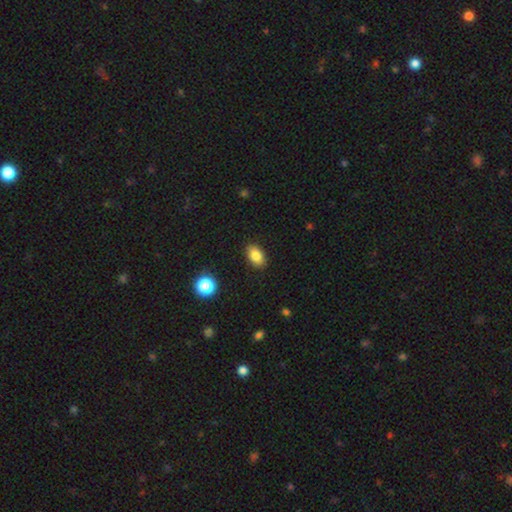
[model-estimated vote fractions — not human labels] Smooth or featured? smooth (84%)
How rounded? in between (87%)
Merging? none (89%)